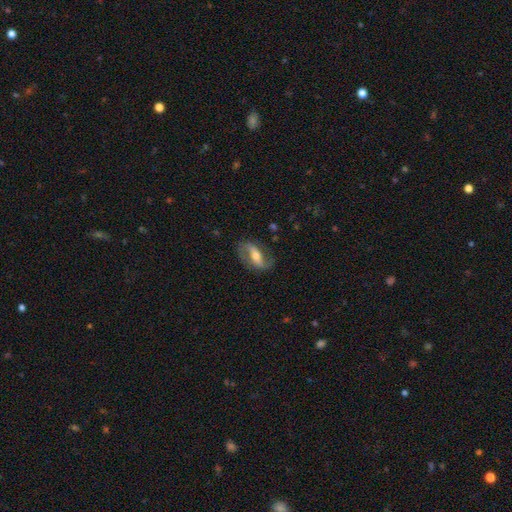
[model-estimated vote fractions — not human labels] Smooth or featured? Predicted: featured or disk (p=0.77). Edge-on disk? Predicted: no (p=0.92). Bar? Predicted: strong (p=0.47). Spiral arms? Predicted: yes (p=0.90). Spiral winding? Predicted: loose (p=0.49). Spiral arm count? Predicted: 2 (p=0.90). Bulge size? Predicted: moderate (p=0.63). Merging? Predicted: none (p=0.79).